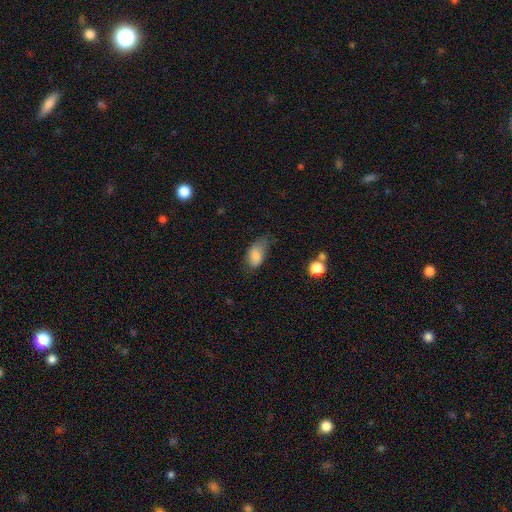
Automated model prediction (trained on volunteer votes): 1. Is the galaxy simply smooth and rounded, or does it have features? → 81% smooth, 10% featured or disk, 9% star or artifact.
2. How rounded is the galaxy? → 90% in between, 7% round, 3% cigar-shaped.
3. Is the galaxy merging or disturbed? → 39% minor disturbance (tied), 39% none (tied), 20% major disturbance, 2% merger.